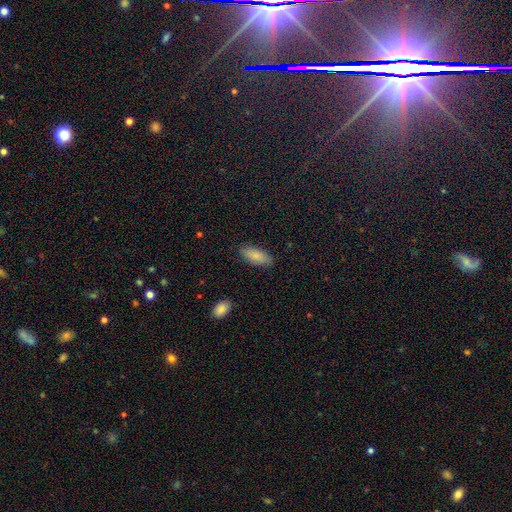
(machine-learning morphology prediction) Smooth or featured: smooth — 85% (featured or disk — 9%)
How rounded: in between — 84% (cigar-shaped — 15%)
Merging: none — 85% (minor disturbance — 11%)